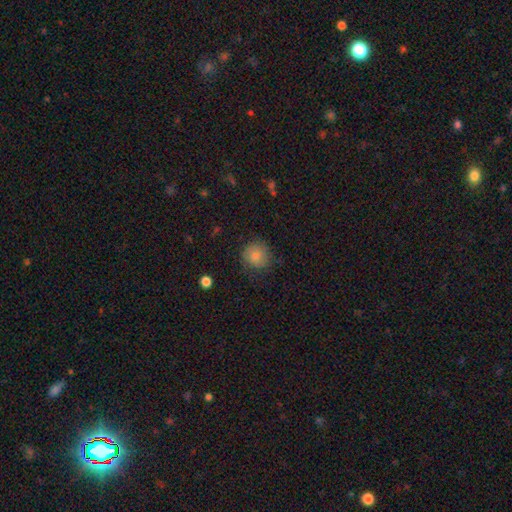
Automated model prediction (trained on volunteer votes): Q: Smooth or featured?
A: smooth (82%); runner-up: featured or disk (9%)
Q: How rounded?
A: round (89%); runner-up: in between (10%)
Q: Merging?
A: none (74%); runner-up: minor disturbance (18%)